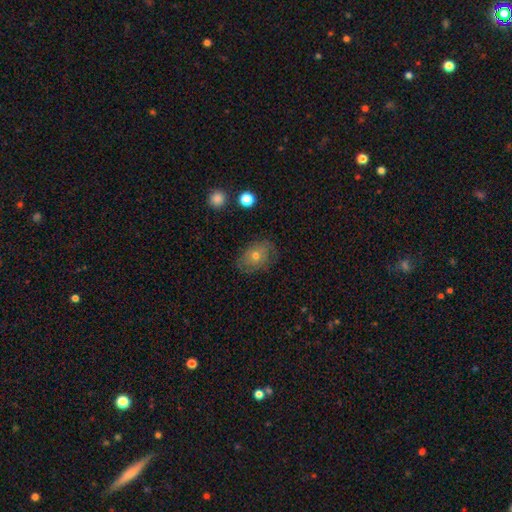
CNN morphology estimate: Q: Smooth or featured?
A: smooth (54%); runner-up: featured or disk (35%)
Q: How rounded?
A: in between (72%); runner-up: round (27%)
Q: Merging?
A: none (76%); runner-up: minor disturbance (17%)